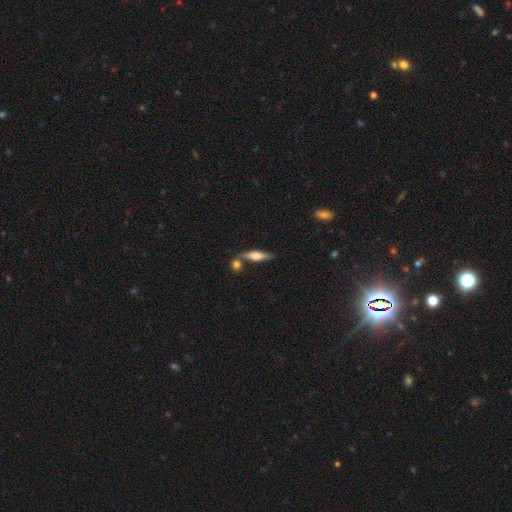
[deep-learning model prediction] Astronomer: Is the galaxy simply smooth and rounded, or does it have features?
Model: featured or disk — 47% (runner-up: smooth, 46%).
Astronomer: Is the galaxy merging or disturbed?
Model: none — 67%.